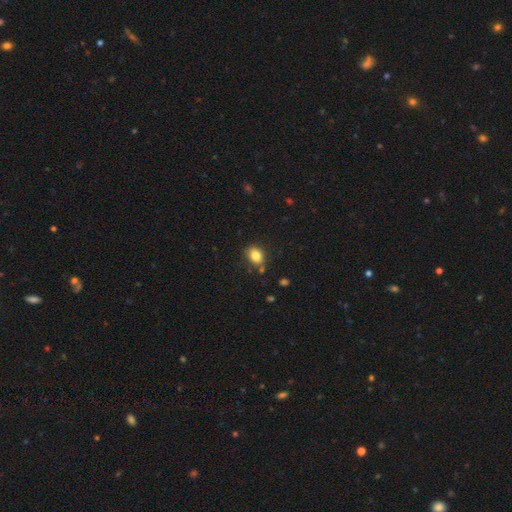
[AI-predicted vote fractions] A smooth galaxy with no disk features (83%) that is in between round and cigar-shaped (62%). Merging: none (75%).